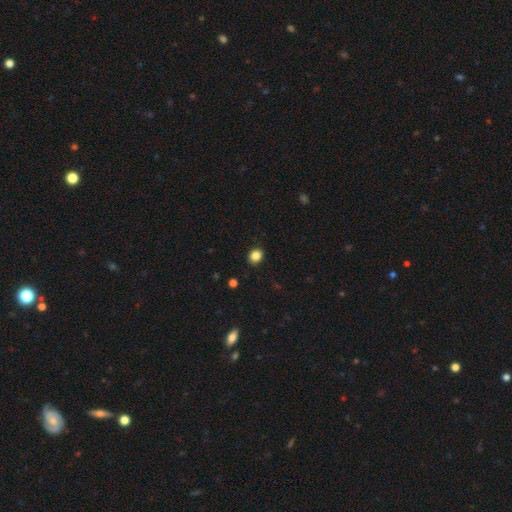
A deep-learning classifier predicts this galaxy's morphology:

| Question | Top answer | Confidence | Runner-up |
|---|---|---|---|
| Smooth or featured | smooth | 86% | star or artifact (10%) |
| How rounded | round | 62% | in between (37%) |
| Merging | none | 90% | minor disturbance (8%) |